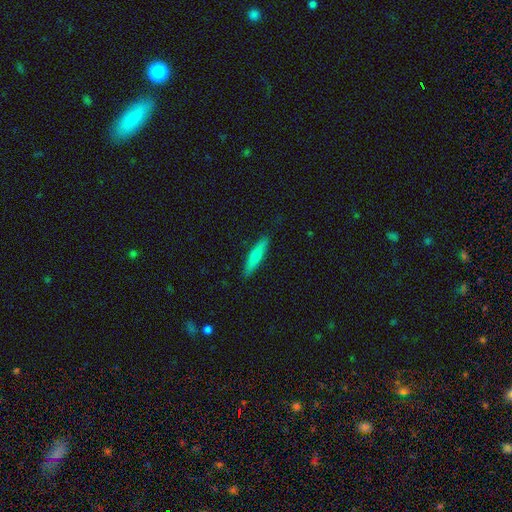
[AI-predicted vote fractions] Smooth or featured?
  - smooth: 61% *
  - featured or disk: 34%
  - star or artifact: 6%
How rounded?
  - cigar-shaped: 80% *
  - in between: 18%
  - round: 2%
Merging?
  - none: 89% *
  - minor disturbance: 8%
  - major disturbance: 2%
  - merger: 1%